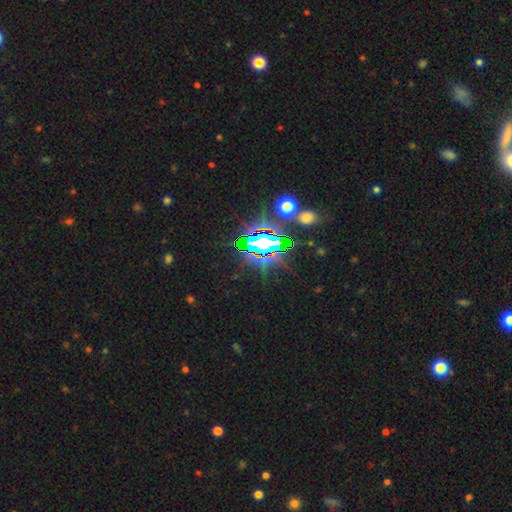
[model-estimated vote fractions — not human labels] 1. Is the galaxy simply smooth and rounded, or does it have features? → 79% star or artifact, 12% smooth, 10% featured or disk.